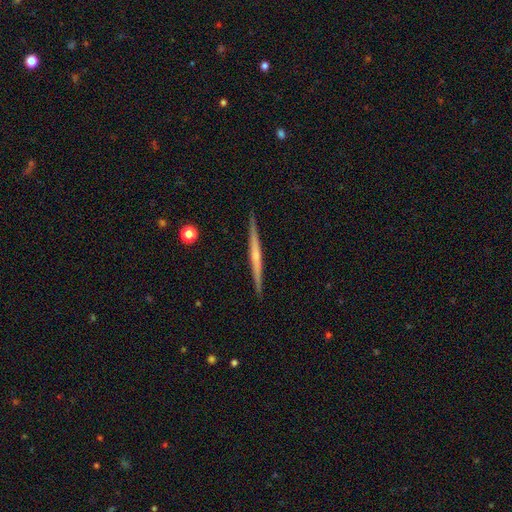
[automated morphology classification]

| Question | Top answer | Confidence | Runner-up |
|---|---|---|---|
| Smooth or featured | featured or disk | 65% | smooth (30%) |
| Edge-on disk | yes | 98% | no (2%) |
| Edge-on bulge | none | 60% | rounded (32%) |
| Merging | none | 91% | minor disturbance (6%) |